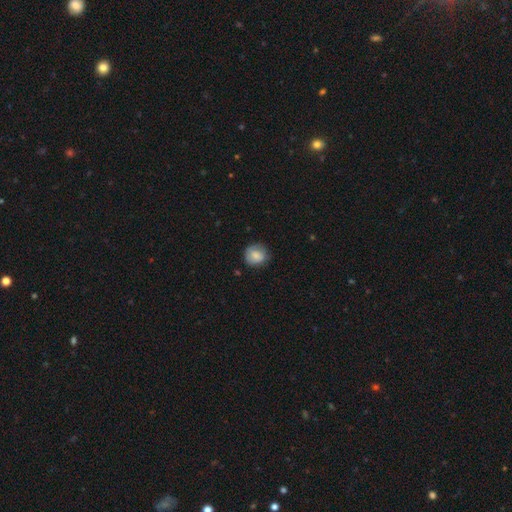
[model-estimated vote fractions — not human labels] A smooth galaxy with no disk features (78%) that is round (80%). Merging: none (72%).